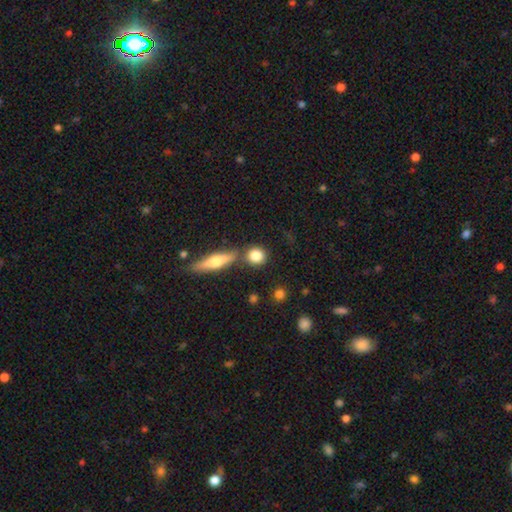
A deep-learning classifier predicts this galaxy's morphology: Smooth or featured? smooth (81%)
How rounded? round (79%)
Merging? none (70%)